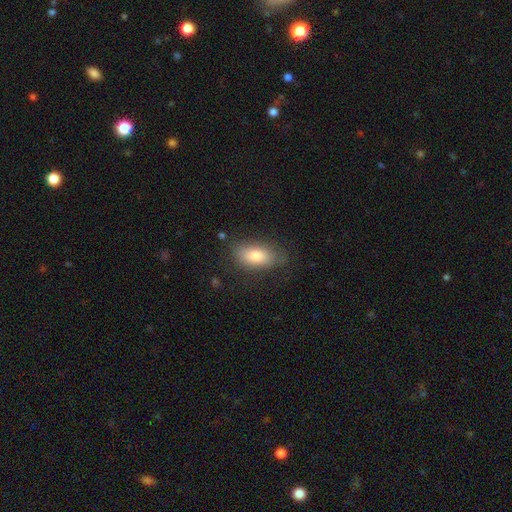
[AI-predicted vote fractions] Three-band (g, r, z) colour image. It shows a smooth galaxy with no disk features (79%) that is in between round and cigar-shaped (89%). Merging: none (74%).